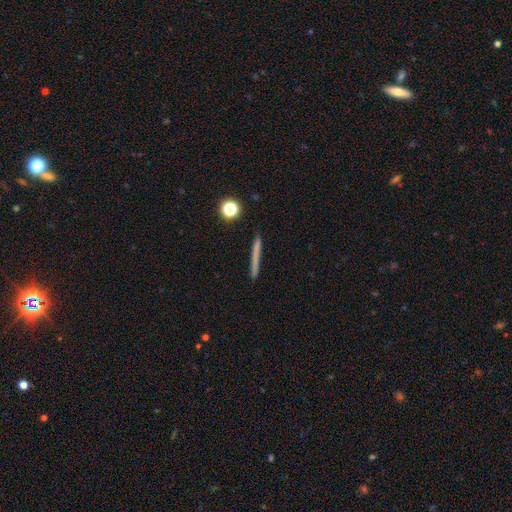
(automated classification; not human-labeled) A smooth galaxy with no disk features (60%) that is cigar-shaped (95%). Merging: none (90%).